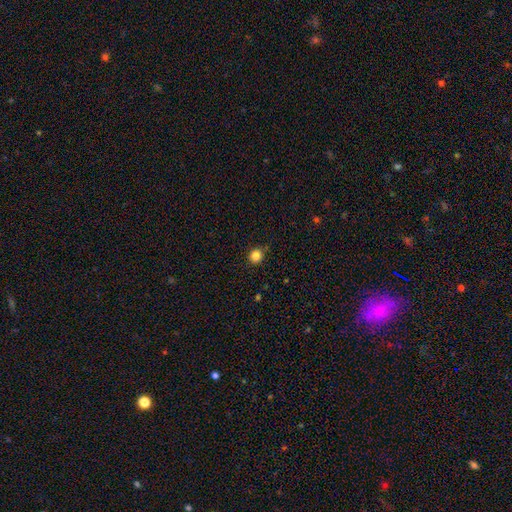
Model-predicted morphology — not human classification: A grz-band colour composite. It shows a smooth galaxy with no disk features (84%) that is round (90%). Merging: none (86%).